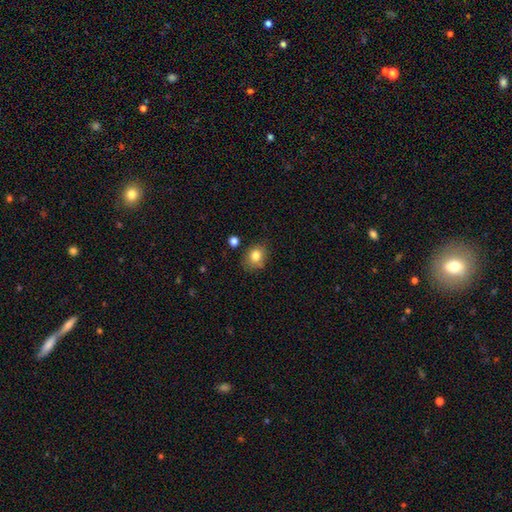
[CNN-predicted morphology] Smooth or featured? Predicted: smooth (p=0.81). How rounded? Predicted: round (p=0.55). Merging? Predicted: none (p=0.75).